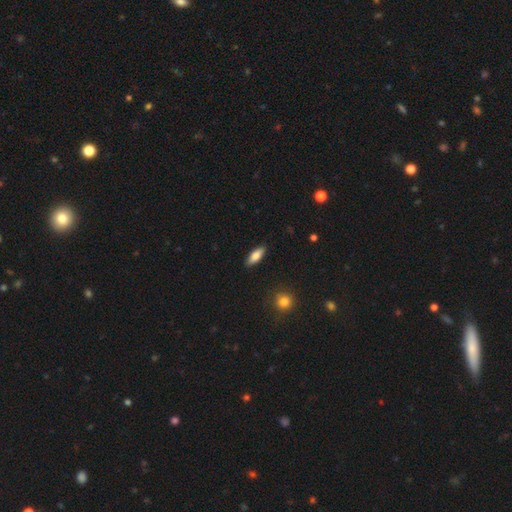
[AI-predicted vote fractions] smooth 77%, featured or disk 17%, star or artifact 6%. Down the decision tree: how rounded — in between (63%); merging — none (89%).